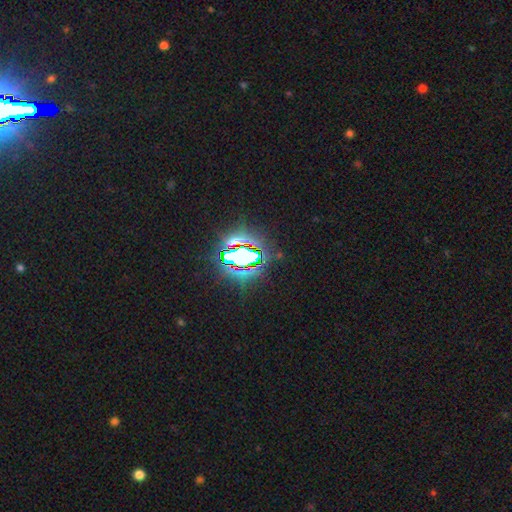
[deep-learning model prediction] Smooth or featured: star or artifact — 80% (smooth — 11%)